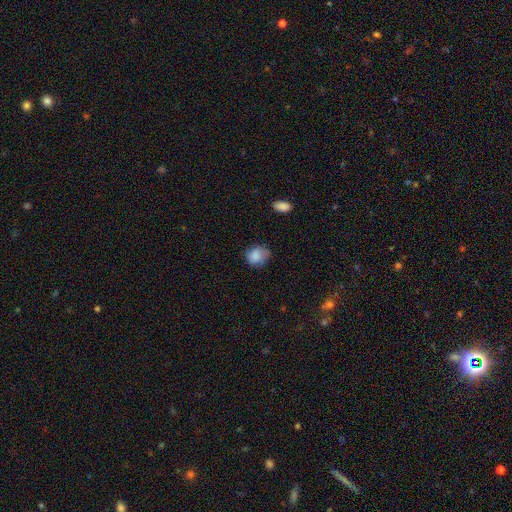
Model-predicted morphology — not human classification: smooth 82%, featured or disk 10%, star or artifact 8%. Down the decision tree: how rounded — round (59%); merging — none (57%).